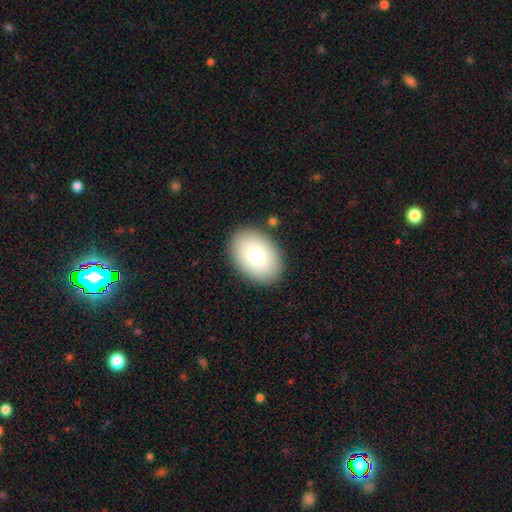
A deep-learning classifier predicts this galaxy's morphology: type=smooth (80%); roundness=in between (82%); merging=none (87%).